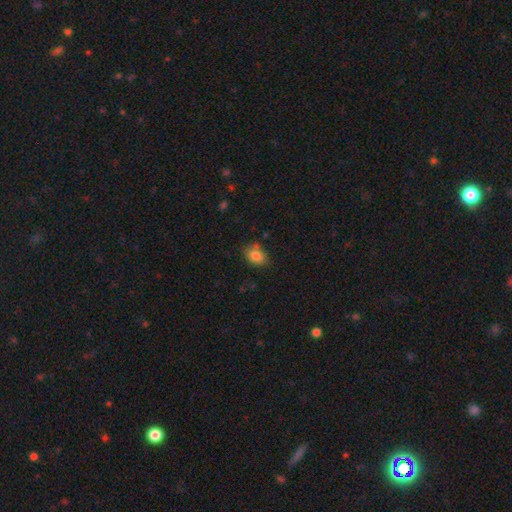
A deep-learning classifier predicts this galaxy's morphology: Smooth or featured?
  - smooth: 83% *
  - star or artifact: 9%
  - featured or disk: 8%
How rounded?
  - in between: 71% *
  - round: 28%
  - cigar-shaped: 1%
Merging?
  - none: 70% *
  - minor disturbance: 19%
  - merger: 6%
  - major disturbance: 4%